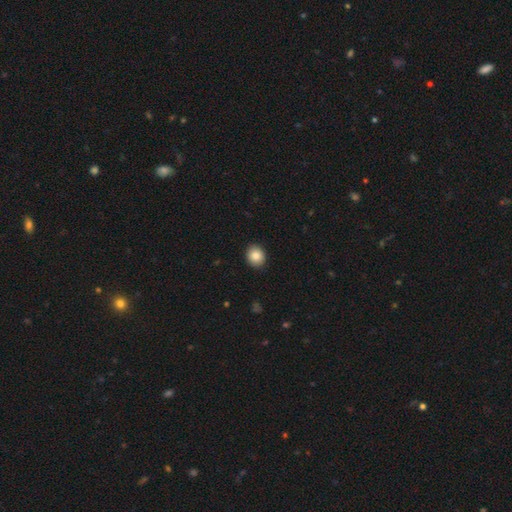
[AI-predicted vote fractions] Smooth or featured? smooth (85%)
How rounded? round (71%)
Merging? none (91%)